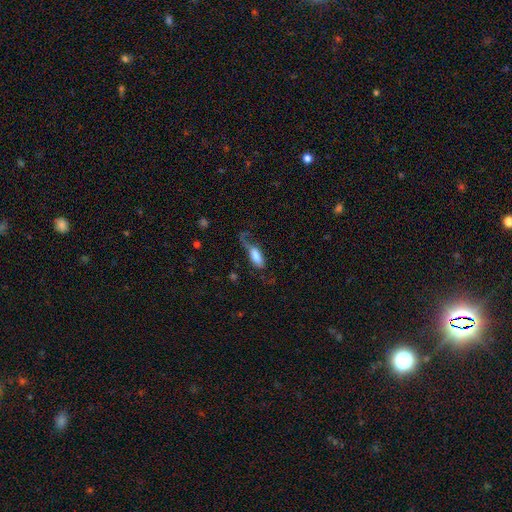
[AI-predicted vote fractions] A smooth galaxy with no disk features (65%) that is in between round and cigar-shaped (66%).

Vote fractions:
- Smooth or featured? smooth: 65% / featured or disk: 27% / star or artifact: 7%
- How rounded? in between: 66% / cigar-shaped: 31% / round: 3%
- Merging? major disturbance: 40% / none: 32% / minor disturbance: 24% / merger: 4%